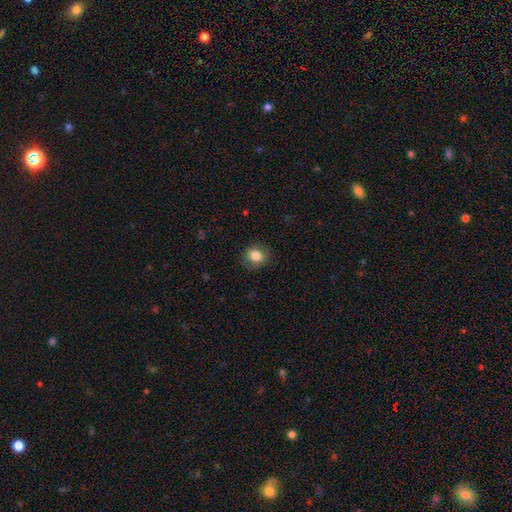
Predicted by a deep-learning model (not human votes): Smooth or featured? Predicted: smooth (p=0.80). How rounded? Predicted: round (p=0.79). Merging? Predicted: none (p=0.84).